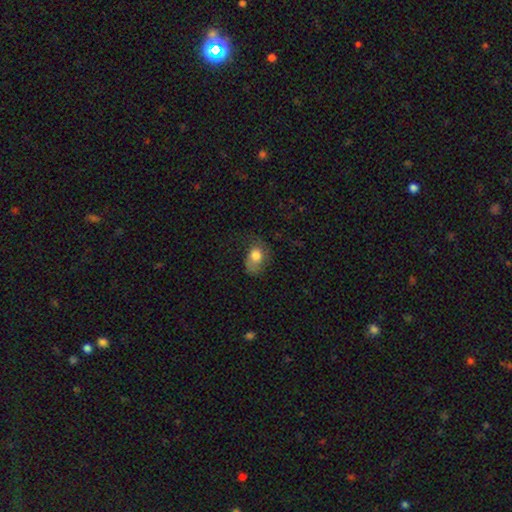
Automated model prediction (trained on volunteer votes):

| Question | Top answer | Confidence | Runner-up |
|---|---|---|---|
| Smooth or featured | smooth | 72% | featured or disk (19%) |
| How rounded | in between | 66% | round (33%) |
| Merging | none | 35% | major disturbance (33%) |